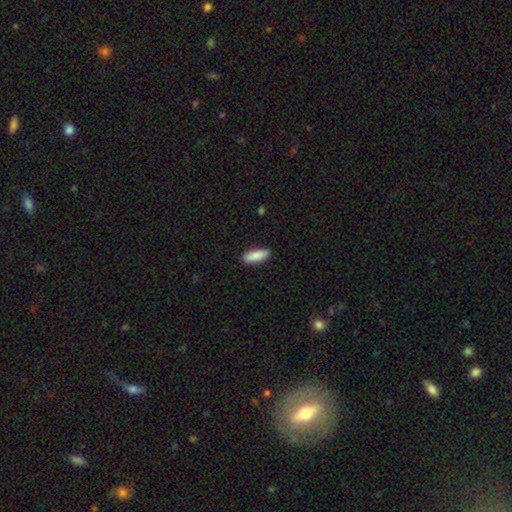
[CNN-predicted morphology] This appears to be a smooth galaxy with no disk features (89%) that is in between round and cigar-shaped (62%). Merging: none (89%).